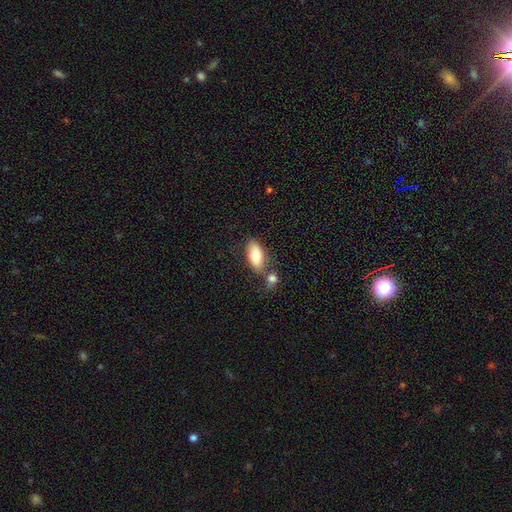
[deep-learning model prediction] Smooth or featured?
  - smooth: 78% *
  - featured or disk: 16%
  - star or artifact: 7%
How rounded?
  - in between: 89% *
  - cigar-shaped: 8%
  - round: 3%
Merging?
  - none: 61% *
  - merger: 20%
  - minor disturbance: 14%
  - major disturbance: 5%